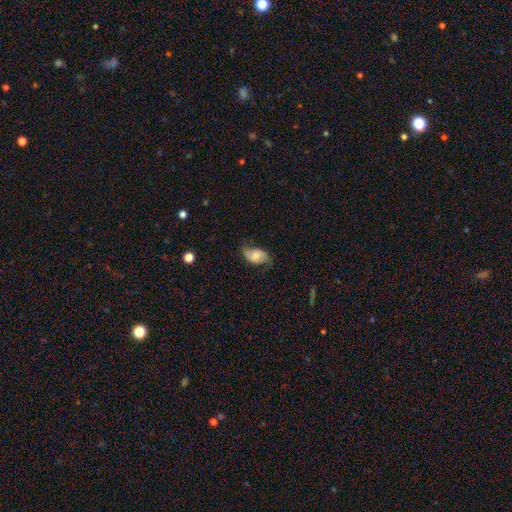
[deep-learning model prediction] smooth 50%, featured or disk 42%, star or artifact 8%. Down the decision tree: merging — none (60%).